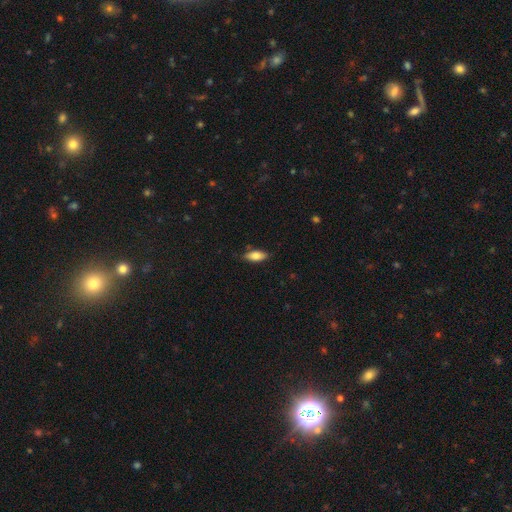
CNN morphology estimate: Smooth or featured?
  - smooth: 76% *
  - featured or disk: 18%
  - star or artifact: 7%
How rounded?
  - in between: 79% *
  - cigar-shaped: 18%
  - round: 3%
Merging?
  - none: 79% *
  - minor disturbance: 17%
  - major disturbance: 3%
  - merger: 1%